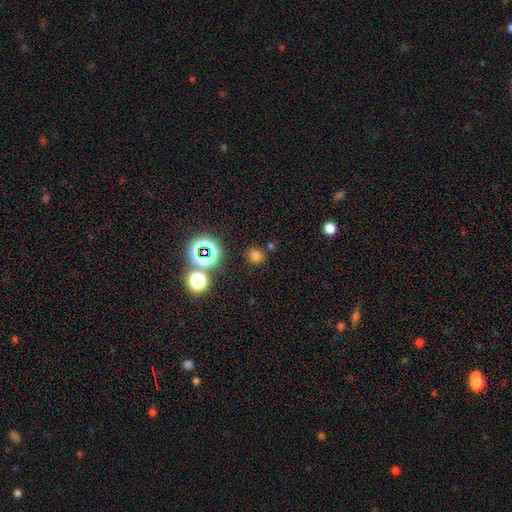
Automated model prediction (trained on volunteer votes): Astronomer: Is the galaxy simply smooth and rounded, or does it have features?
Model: smooth — 68%.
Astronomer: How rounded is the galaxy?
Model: round — 85%.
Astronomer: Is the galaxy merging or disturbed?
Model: none — 83%.